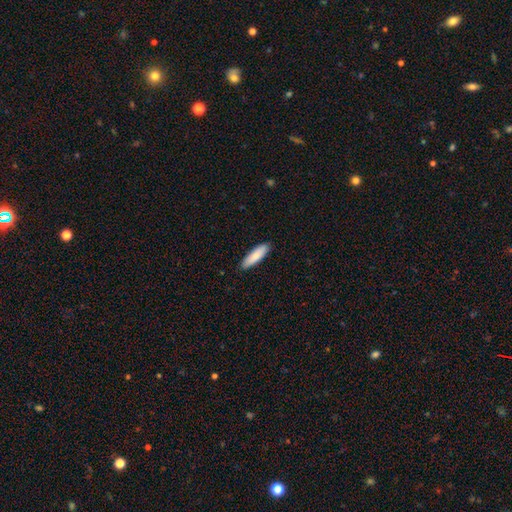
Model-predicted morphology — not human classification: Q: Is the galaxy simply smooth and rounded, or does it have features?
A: smooth — 83%.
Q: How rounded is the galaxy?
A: cigar-shaped — 56%.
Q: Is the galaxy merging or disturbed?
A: none — 89%.